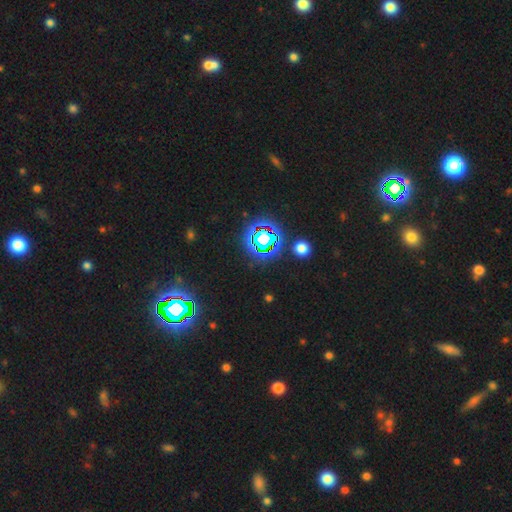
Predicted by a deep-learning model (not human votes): star or artifact 80%, smooth 13%, featured or disk 7%.